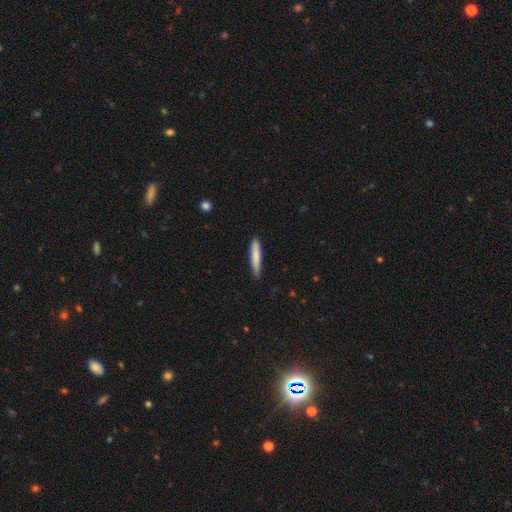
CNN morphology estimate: Smooth or featured? Predicted: smooth (p=0.80). How rounded? Predicted: cigar-shaped (p=0.93). Merging? Predicted: none (p=0.86).